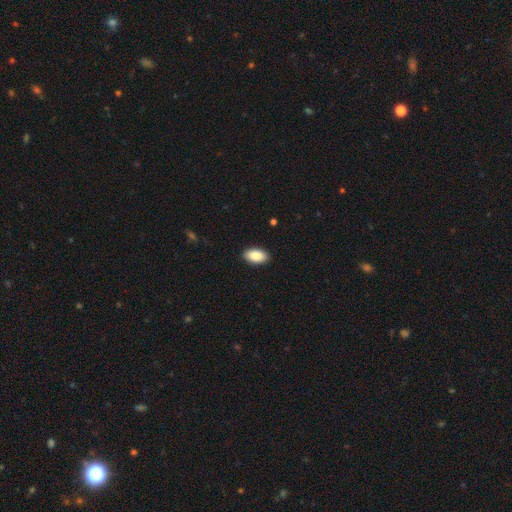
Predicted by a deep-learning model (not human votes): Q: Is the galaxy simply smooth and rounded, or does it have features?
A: smooth — 87%.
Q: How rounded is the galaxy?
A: in between — 95%.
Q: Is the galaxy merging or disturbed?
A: none — 91%.